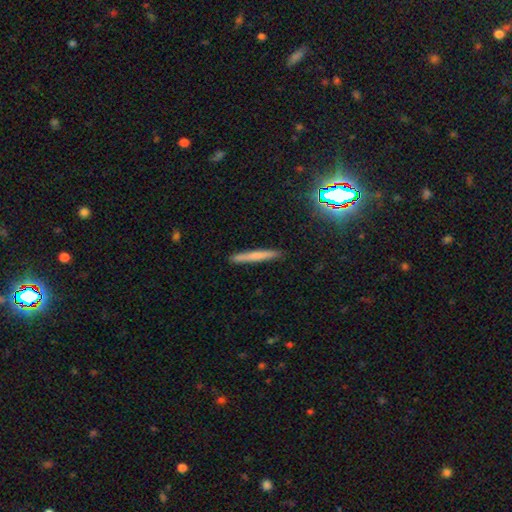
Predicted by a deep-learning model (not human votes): smooth-or-featured: smooth: 63% | featured or disk: 27% | star or artifact: 10%
  how-rounded: cigar-shaped: 95% | in between: 3% | round: 2%
  merging: none: 90% | minor disturbance: 7% | major disturbance: 2% | merger: 1%